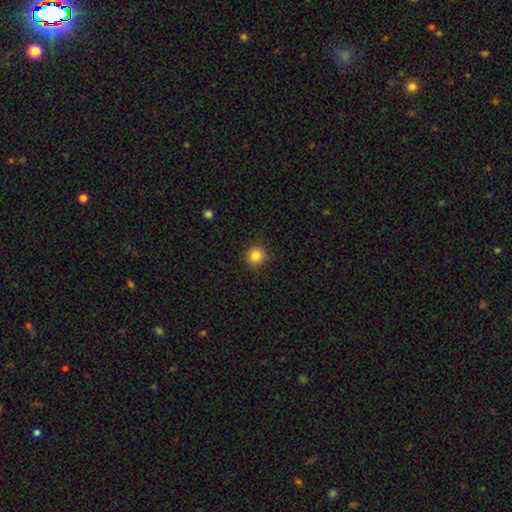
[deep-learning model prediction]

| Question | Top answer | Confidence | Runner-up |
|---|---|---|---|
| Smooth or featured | smooth | 84% | star or artifact (11%) |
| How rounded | round | 93% | in between (6%) |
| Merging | none | 88% | minor disturbance (8%) |